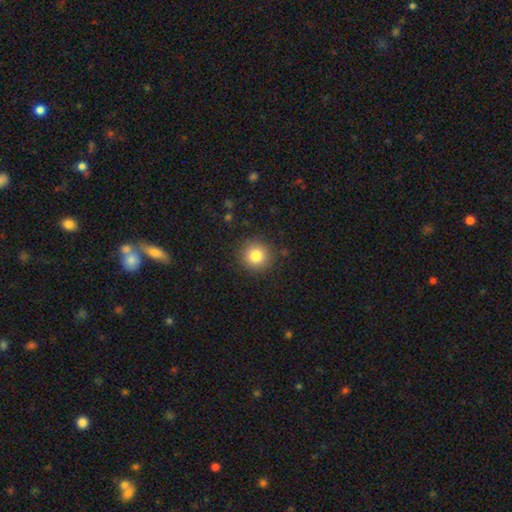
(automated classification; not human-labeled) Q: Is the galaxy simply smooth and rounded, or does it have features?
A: smooth — 83%.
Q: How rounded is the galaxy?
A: round — 93%.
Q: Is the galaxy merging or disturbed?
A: none — 89%.